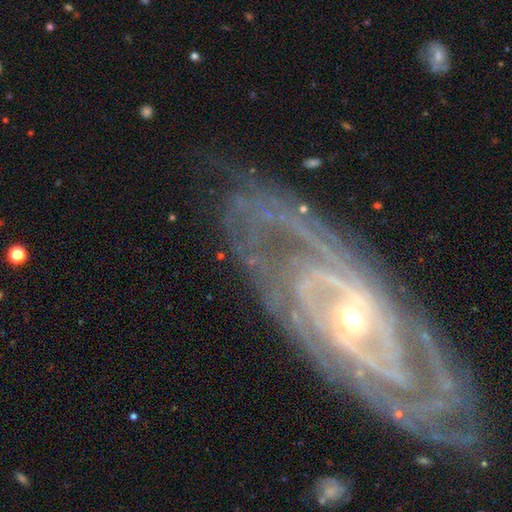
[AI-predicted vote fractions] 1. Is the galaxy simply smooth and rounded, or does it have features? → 89% featured or disk, 6% star or artifact, 5% smooth.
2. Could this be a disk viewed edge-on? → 92% no, 8% yes.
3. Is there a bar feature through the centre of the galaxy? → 47% no, 29% weak, 24% strong.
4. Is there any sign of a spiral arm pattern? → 94% yes, 6% no.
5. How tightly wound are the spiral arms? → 64% tight, 28% medium, 8% loose.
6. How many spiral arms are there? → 35% 2, 27% can't tell, 15% 3, 9% 4, 8% more than 4, 6% 1.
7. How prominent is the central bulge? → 49% small, 46% moderate, 3% large, 1% dominant, 1% none.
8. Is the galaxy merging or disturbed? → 73% none, 16% minor disturbance, 9% major disturbance, 2% merger.